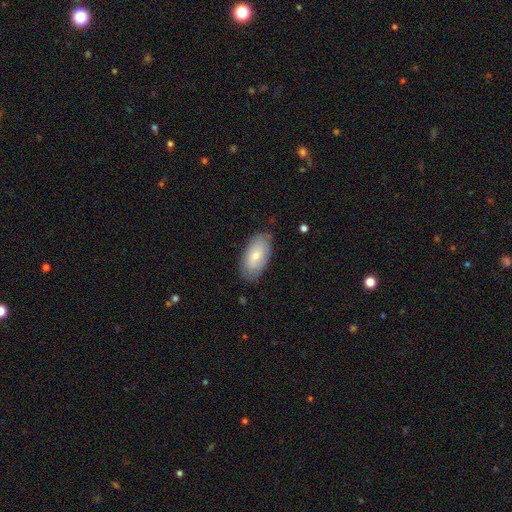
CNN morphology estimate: Smooth or featured? Predicted: smooth (p=0.71). How rounded? Predicted: in between (p=0.94). Merging? Predicted: none (p=0.79).